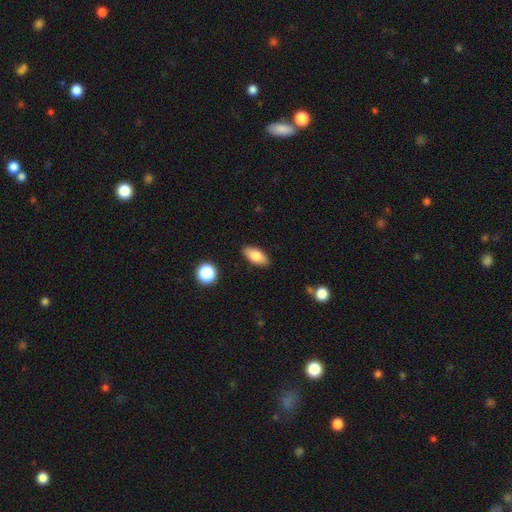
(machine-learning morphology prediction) A smooth galaxy with no disk features (81%) that is in between round and cigar-shaped (88%).

Vote fractions:
- Smooth or featured? smooth: 81% / featured or disk: 11% / star or artifact: 7%
- How rounded? in between: 88% / cigar-shaped: 8% / round: 4%
- Merging? none: 88% / minor disturbance: 9% / major disturbance: 2% / merger: 1%